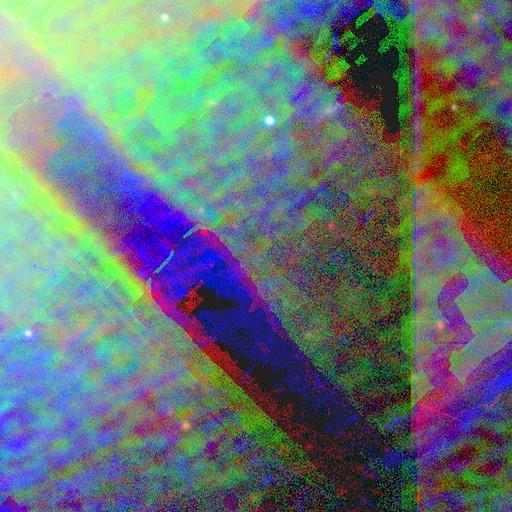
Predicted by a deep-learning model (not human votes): A star or artifact, not a galaxy (81%).

Vote fractions:
- Smooth or featured? star or artifact: 81% / featured or disk: 11% / smooth: 8%